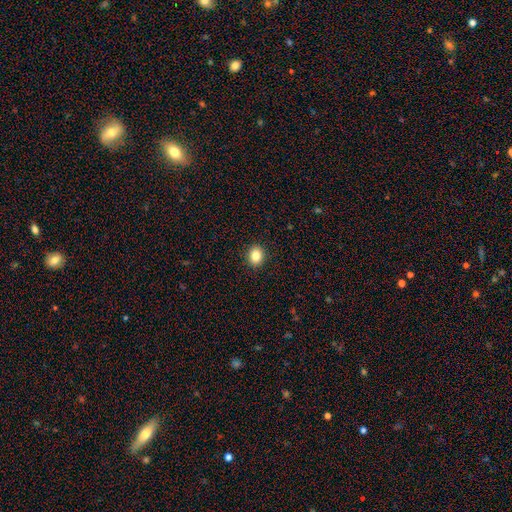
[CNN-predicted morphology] The model was most divided on "how rounded": round: 55%, in between: 44%, cigar-shaped: 1%. More confident: merging — none (92%); smooth or featured — smooth (85%).